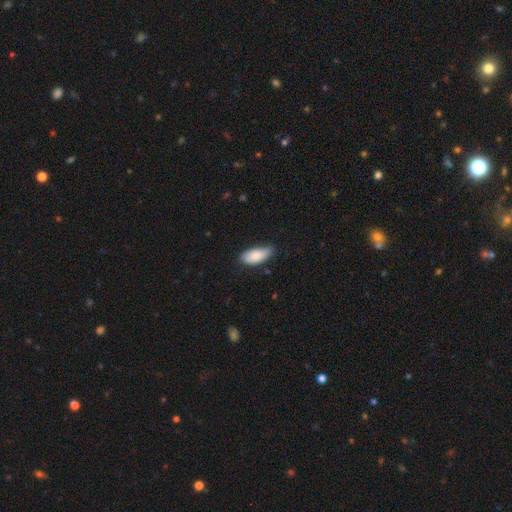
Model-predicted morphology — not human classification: type=smooth (84%); roundness=in between (88%); merging=none (64%).